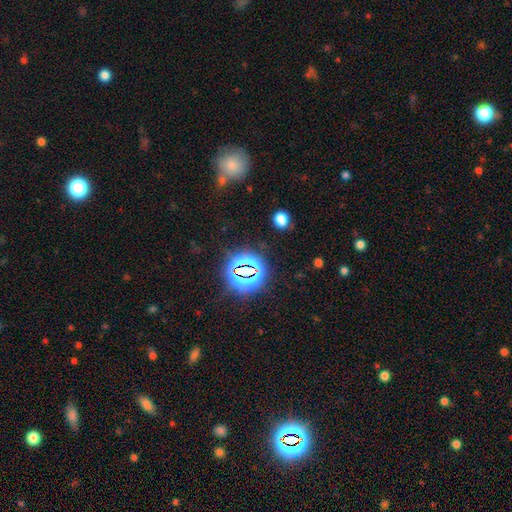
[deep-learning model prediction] A star or artifact, not a galaxy (76%).